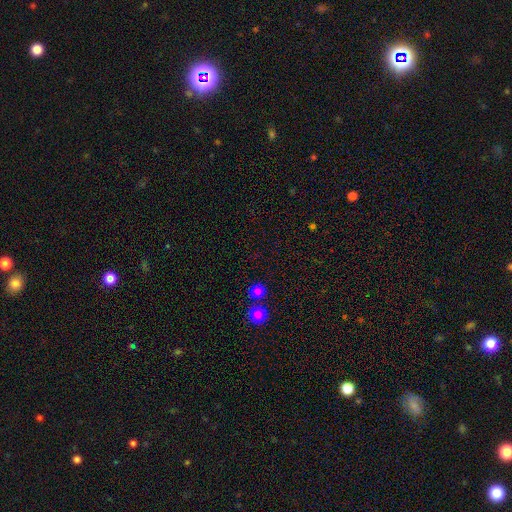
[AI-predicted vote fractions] smooth_or_featured: smooth (p=0.65) [alt: star or artifact p=0.30]
how_rounded: round (p=0.89) [alt: in between p=0.09]
merging: none (p=0.83) [alt: minor disturbance p=0.07]